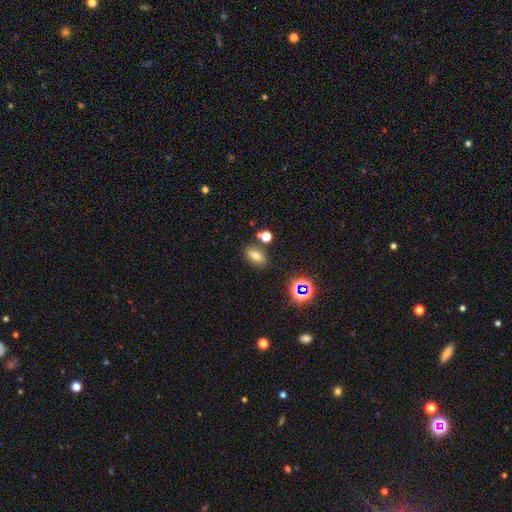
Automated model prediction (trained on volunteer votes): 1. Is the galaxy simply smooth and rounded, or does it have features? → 65% smooth, 20% star or artifact, 15% featured or disk.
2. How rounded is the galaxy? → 80% in between, 16% round, 4% cigar-shaped.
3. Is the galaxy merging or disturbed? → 78% none, 10% minor disturbance, 8% merger, 3% major disturbance.